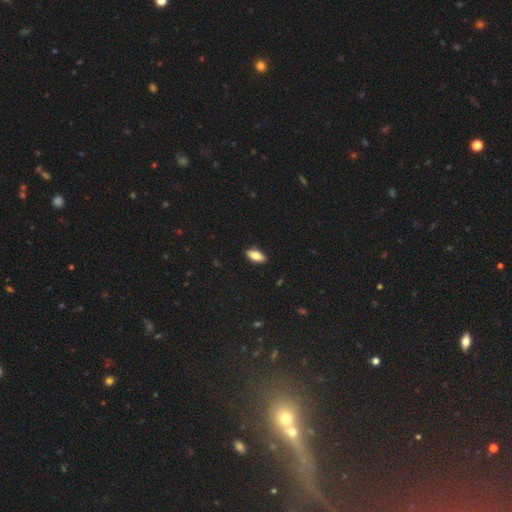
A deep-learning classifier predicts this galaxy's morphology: smooth_or_featured: smooth (p=0.78) [alt: featured or disk p=0.15]
how_rounded: in between (p=0.83) [alt: cigar-shaped p=0.14]
merging: none (p=0.90) [alt: minor disturbance p=0.08]